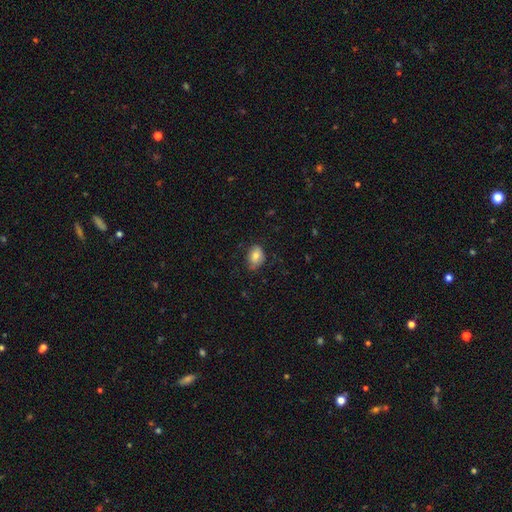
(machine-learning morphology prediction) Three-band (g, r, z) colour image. It shows a smooth galaxy with no disk features (79%) that is in between round and cigar-shaped (74%). Merging: none (69%).